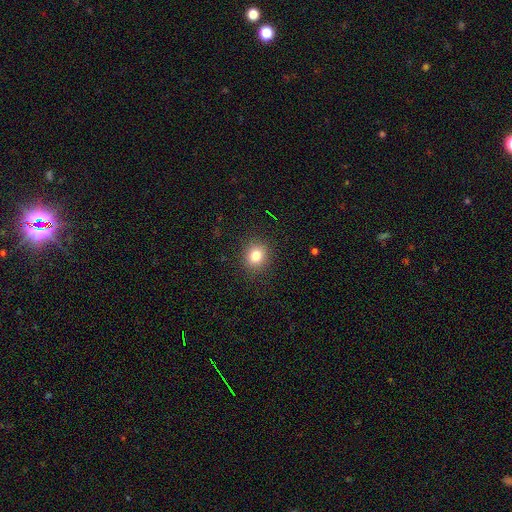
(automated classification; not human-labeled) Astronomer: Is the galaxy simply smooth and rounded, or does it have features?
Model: smooth — 81%.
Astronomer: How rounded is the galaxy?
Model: round — 77%.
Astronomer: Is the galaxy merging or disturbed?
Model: none — 90%.